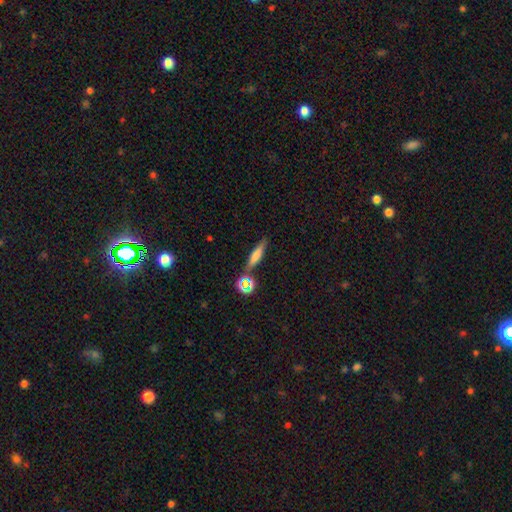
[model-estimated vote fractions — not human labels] Smooth or featured? smooth (65%)
How rounded? cigar-shaped (77%)
Merging? none (75%)